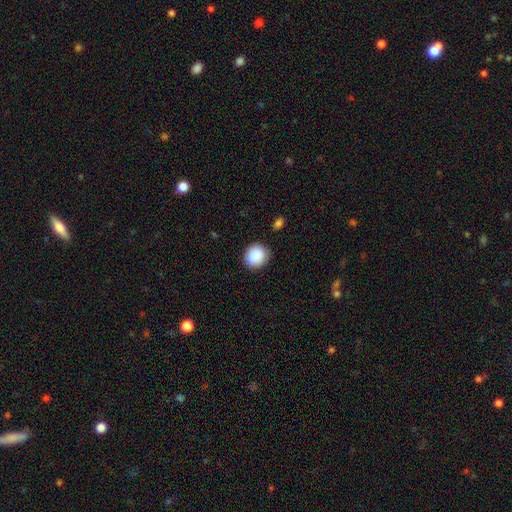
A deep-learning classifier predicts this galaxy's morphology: Overall: smooth (89%). How rounded: round (81%). Merging: none (86%).